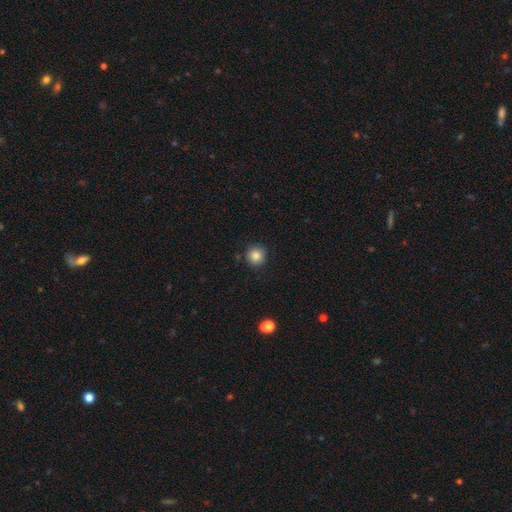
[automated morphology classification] A smooth galaxy with no disk features (85%) that is round (92%).

Vote fractions:
- Smooth or featured? smooth: 85% / star or artifact: 11% / featured or disk: 5%
- How rounded? round: 92% / in between: 7% / cigar-shaped: 1%
- Merging? none: 86% / minor disturbance: 9% / major disturbance: 2% / merger: 2%